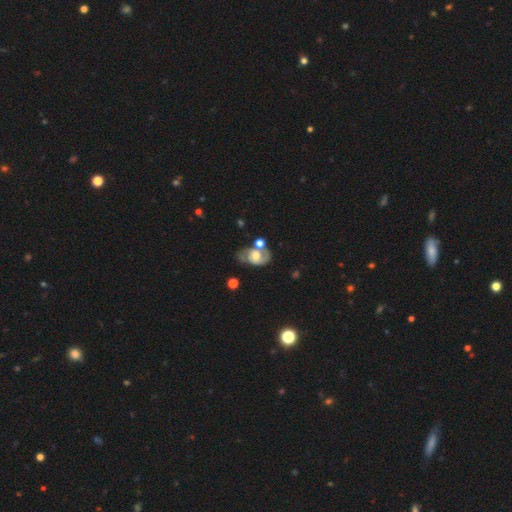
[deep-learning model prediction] featured or disk 64%, smooth 29%, star or artifact 8%. Down the decision tree: edge-on disk — no (96%); bar — no (65%); spiral arms — yes (73%); bulge size — moderate (55%); merging — none (44%).